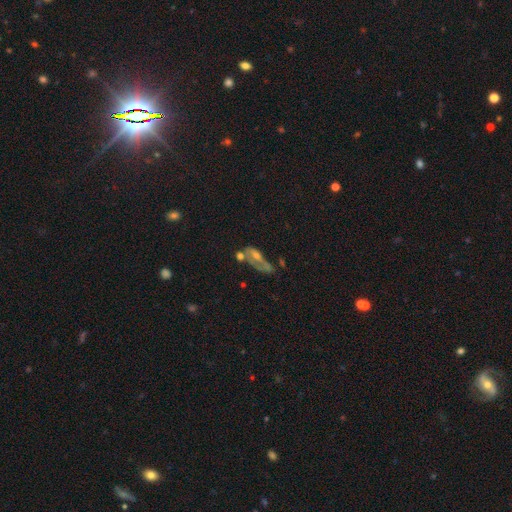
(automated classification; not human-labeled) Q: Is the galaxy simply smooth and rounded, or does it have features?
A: featured or disk — 56%.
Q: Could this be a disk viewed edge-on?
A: no — 80%.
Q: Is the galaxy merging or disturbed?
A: none — 32%.